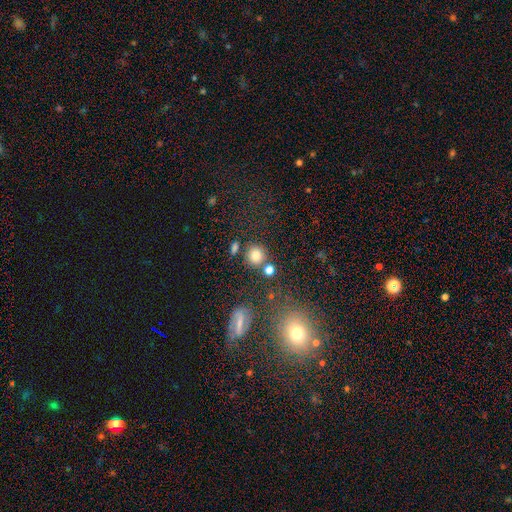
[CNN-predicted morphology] Smooth or featured? smooth (78%)
How rounded? round (85%)
Merging? none (73%)